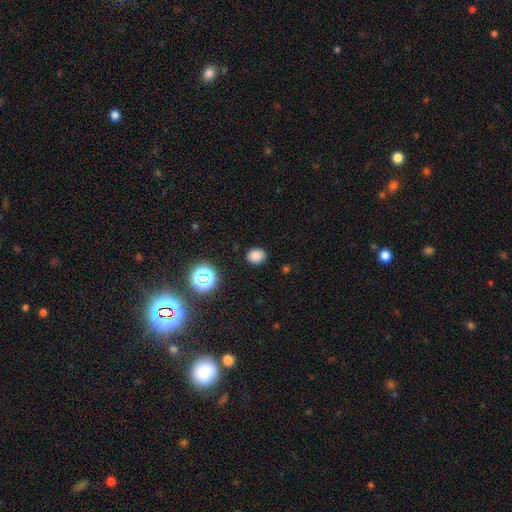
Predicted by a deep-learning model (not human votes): A smooth galaxy with no disk features (81%) that is round (68%). Merging: none (87%).